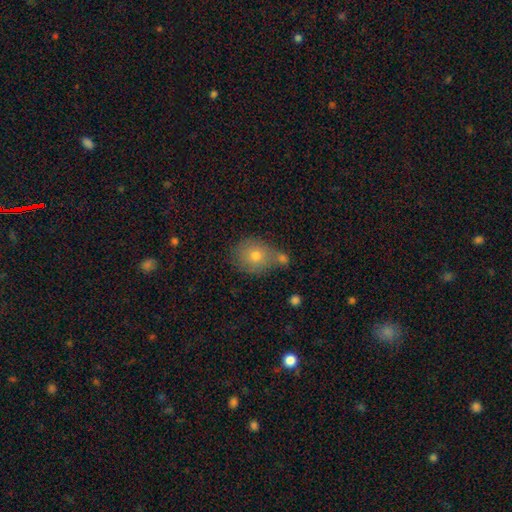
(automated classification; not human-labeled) Smooth or featured? Predicted: smooth (p=0.74). How rounded? Predicted: round (p=0.72). Merging? Predicted: none (p=0.55).